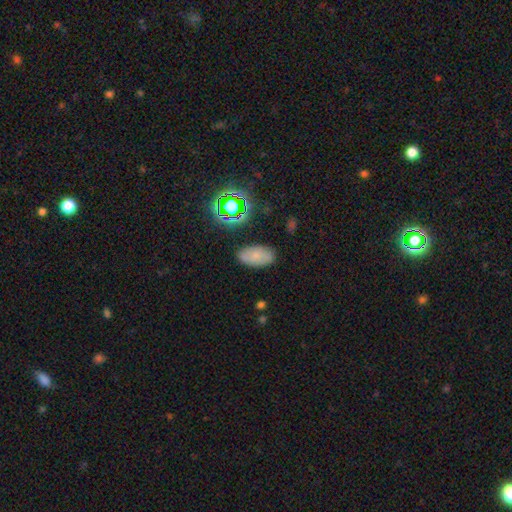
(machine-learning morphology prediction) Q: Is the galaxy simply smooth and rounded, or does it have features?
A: smooth — 68%.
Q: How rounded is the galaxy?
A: in between — 93%.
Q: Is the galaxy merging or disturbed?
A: none — 80%.